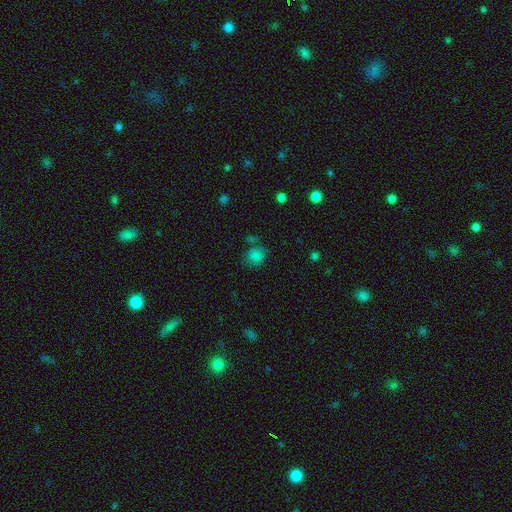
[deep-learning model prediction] Smooth or featured: smooth — 78% (star or artifact — 14%)
How rounded: round — 62% (in between — 37%)
Merging: none — 61% (minor disturbance — 20%)